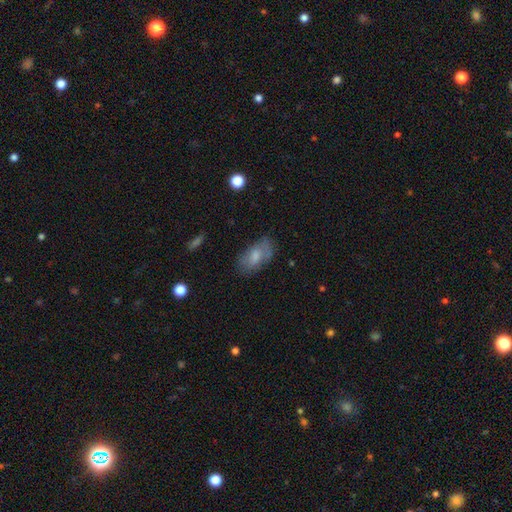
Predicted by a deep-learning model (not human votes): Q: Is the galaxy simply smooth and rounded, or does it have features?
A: smooth — 65%.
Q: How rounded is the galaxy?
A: in between — 91%.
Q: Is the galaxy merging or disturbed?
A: none — 62%.